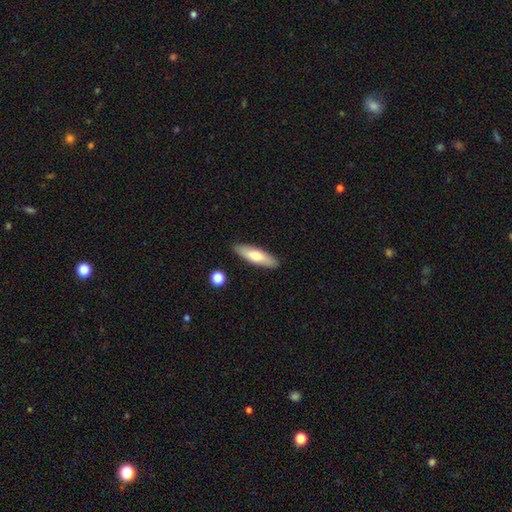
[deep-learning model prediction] smooth 65%, featured or disk 29%, star or artifact 6%. Down the decision tree: how rounded — cigar-shaped (56%); merging — none (88%).